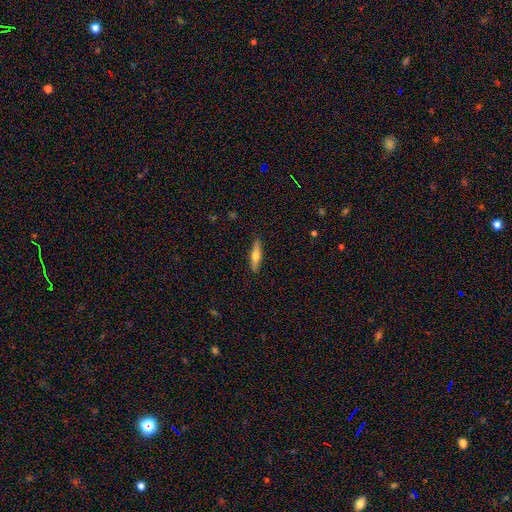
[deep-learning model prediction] Smooth or featured? featured or disk (52%)
Edge-on disk? yes (94%)
Merging? none (89%)